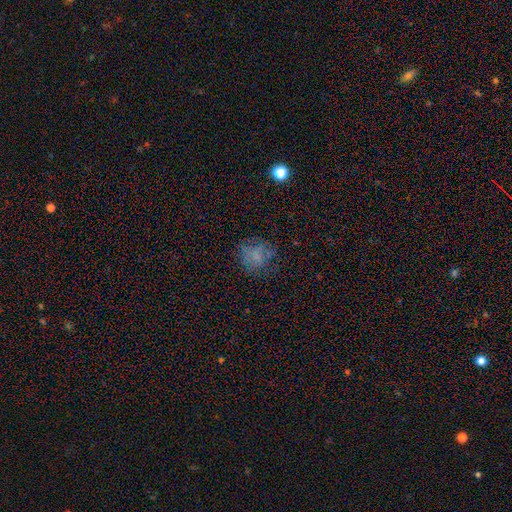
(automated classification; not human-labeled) smooth 59%, star or artifact 22%, featured or disk 19%. Down the decision tree: how rounded — round (79%); merging — none (68%).